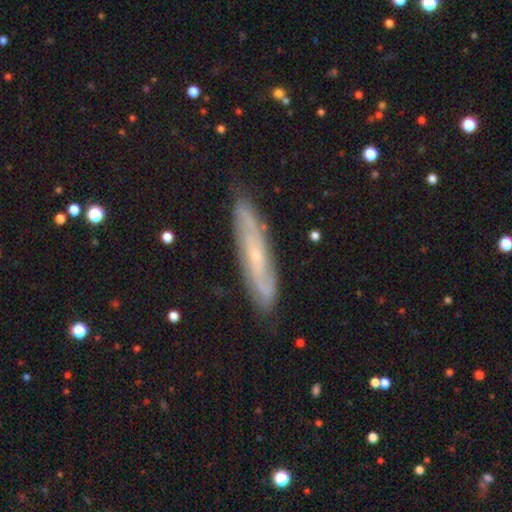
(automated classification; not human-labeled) A featured or disk galaxy (73%).

Vote fractions:
- Smooth or featured? featured or disk: 73% / smooth: 19% / star or artifact: 8%
- Edge-on disk? no: 60% / yes: 40%
- Merging? none: 83% / minor disturbance: 13% / major disturbance: 3% / merger: 1%